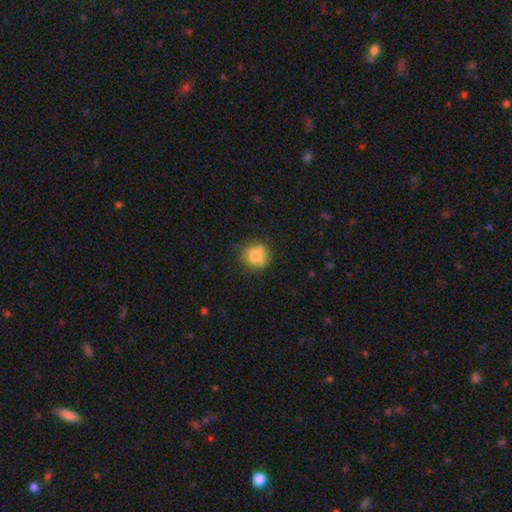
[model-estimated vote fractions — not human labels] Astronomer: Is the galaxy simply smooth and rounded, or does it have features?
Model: smooth — 77%.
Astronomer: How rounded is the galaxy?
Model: round — 88%.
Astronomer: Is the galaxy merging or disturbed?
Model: none — 73%.